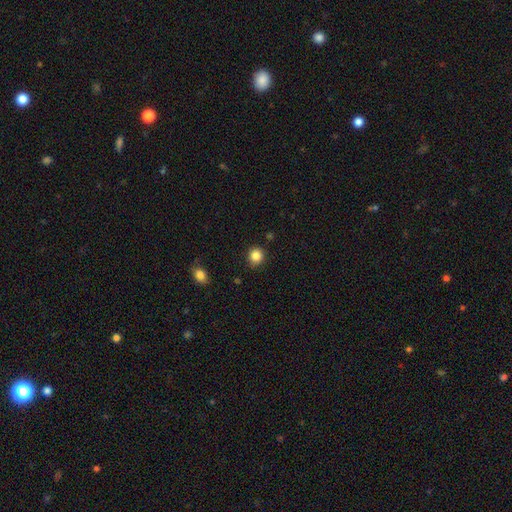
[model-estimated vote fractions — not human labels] Q: Smooth or featured?
A: smooth (85%); runner-up: star or artifact (11%)
Q: How rounded?
A: round (87%); runner-up: in between (12%)
Q: Merging?
A: none (88%); runner-up: minor disturbance (9%)